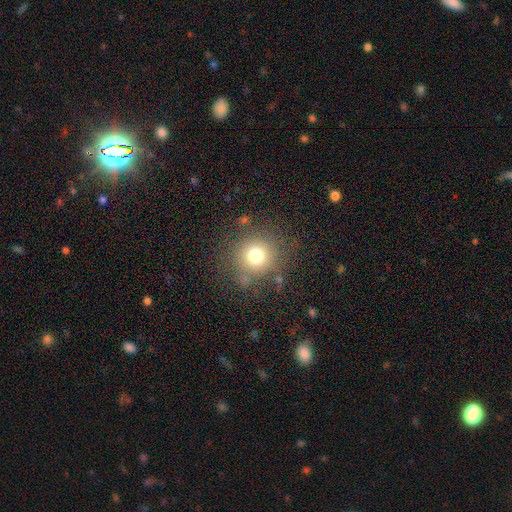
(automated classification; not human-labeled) smooth-or-featured: smooth: 75% | star or artifact: 14% | featured or disk: 11%
  how-rounded: round: 93% | in between: 6% | cigar-shaped: 1%
  merging: none: 79% | minor disturbance: 12% | major disturbance: 6% | merger: 3%